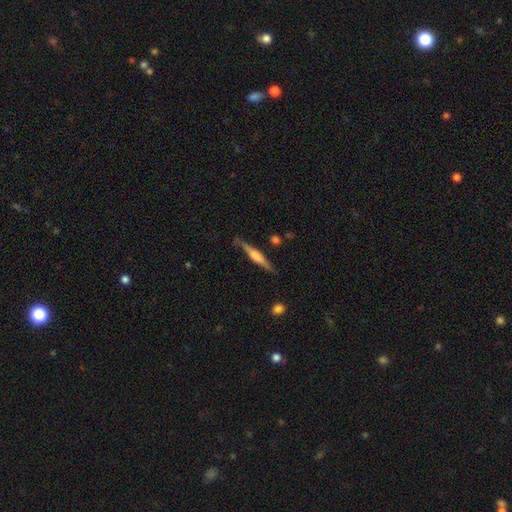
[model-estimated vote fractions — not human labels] A featured or disk galaxy (62%) viewed edge-on (97%) with a rounded central bulge (56%).

Vote fractions:
- Smooth or featured? featured or disk: 62% / smooth: 32% / star or artifact: 6%
- Edge-on disk? yes: 97% / no: 3%
- Edge-on bulge? rounded: 56% / boxy: 32% / none: 12%
- Merging? none: 83% / minor disturbance: 12% / major disturbance: 3% / merger: 2%